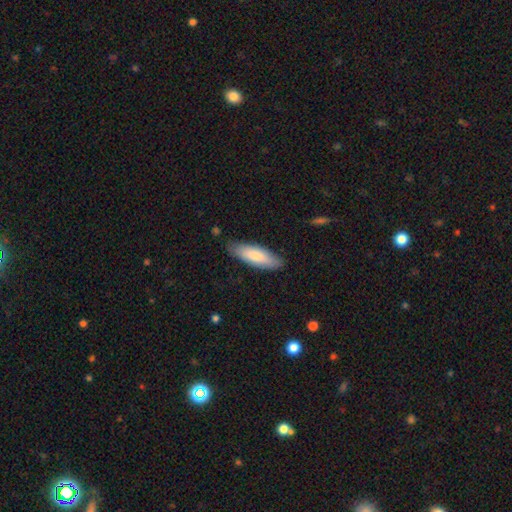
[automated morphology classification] Smooth or featured? Predicted: smooth (p=0.78). How rounded? Predicted: in between (p=0.53). Merging? Predicted: none (p=0.83).